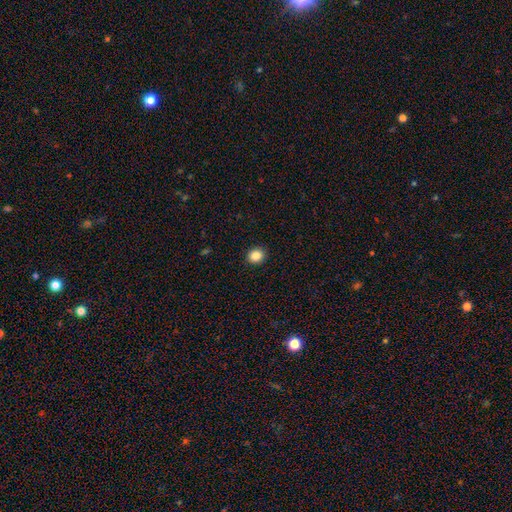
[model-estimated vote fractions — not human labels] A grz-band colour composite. It shows a smooth galaxy with no disk features (86%) that is round (73%). Merging: none (91%).